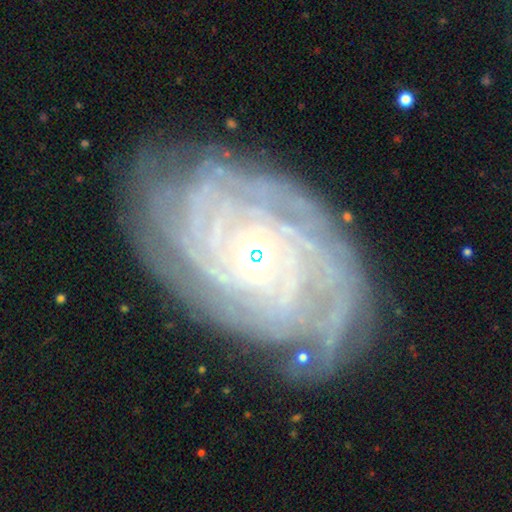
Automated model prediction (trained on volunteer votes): This appears to be a featured or disk galaxy (89%) with no bar (59%), tight (85%) spiral arms (98%) and a small central bulge (51%). Merging: none (78%).